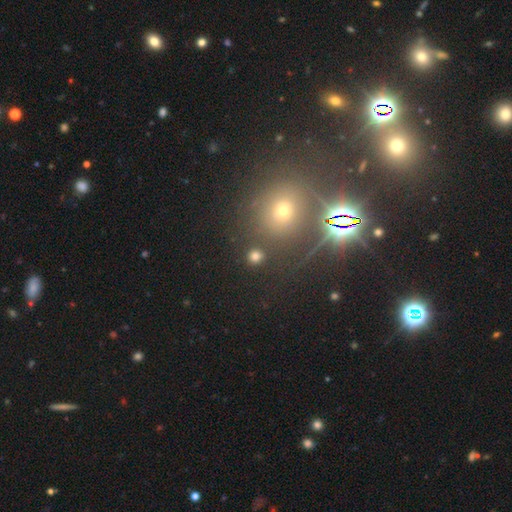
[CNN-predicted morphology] smooth-or-featured: star or artifact: 48% | smooth: 42% | featured or disk: 10%